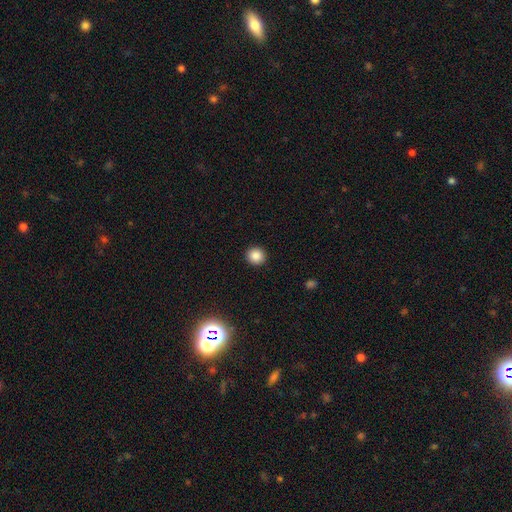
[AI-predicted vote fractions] Smooth or featured? Predicted: smooth (p=0.85). How rounded? Predicted: round (p=0.91). Merging? Predicted: none (p=0.93).